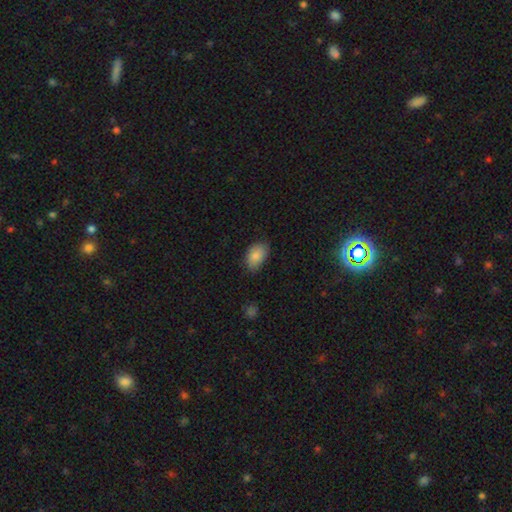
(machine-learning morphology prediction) smooth-or-featured: smooth: 85% | star or artifact: 8% | featured or disk: 7%
  how-rounded: in between: 89% | round: 9% | cigar-shaped: 1%
  merging: none: 72% | minor disturbance: 23% | major disturbance: 4% | merger: 1%